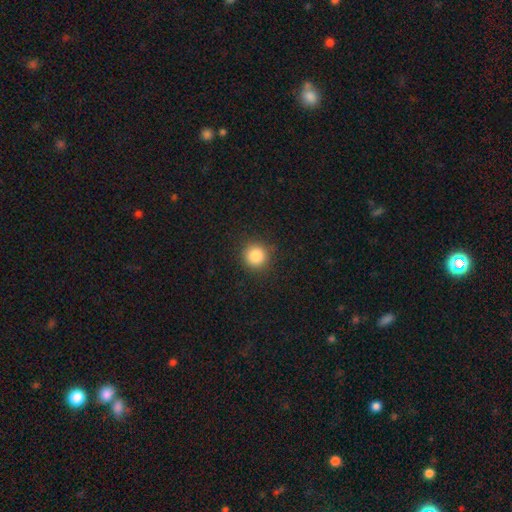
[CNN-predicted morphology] The model was most divided on "smooth or featured": smooth: 85%, star or artifact: 11%, featured or disk: 4%. More confident: how rounded — round (94%); merging — none (90%).